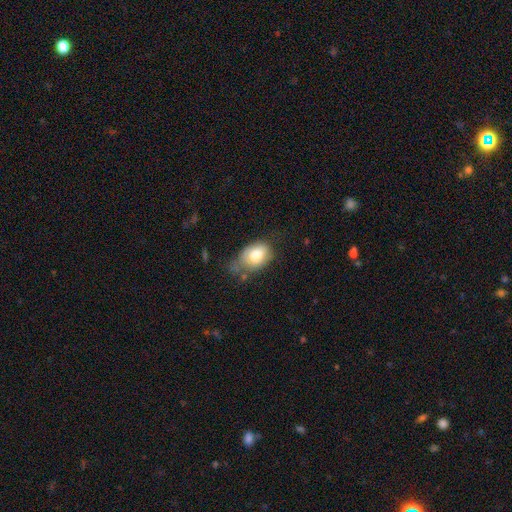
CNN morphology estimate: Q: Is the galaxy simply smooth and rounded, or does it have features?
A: smooth — 75%.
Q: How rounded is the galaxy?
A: in between — 75%.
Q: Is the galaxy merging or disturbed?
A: none — 44%.